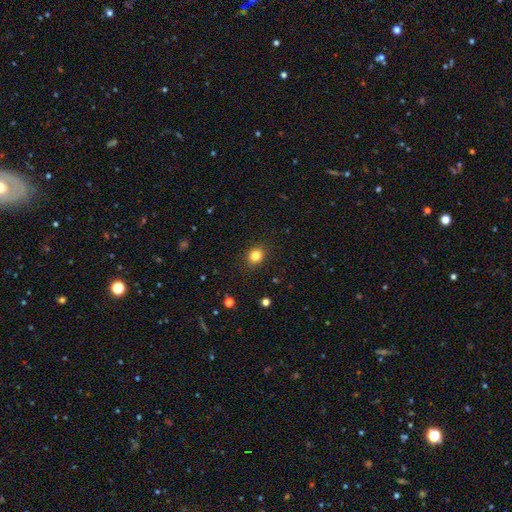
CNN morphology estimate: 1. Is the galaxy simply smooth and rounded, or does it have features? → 83% smooth, 12% star or artifact, 5% featured or disk.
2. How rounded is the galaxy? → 70% round, 29% in between, 1% cigar-shaped.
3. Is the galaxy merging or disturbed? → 90% none, 7% minor disturbance, 2% major disturbance, 1% merger.